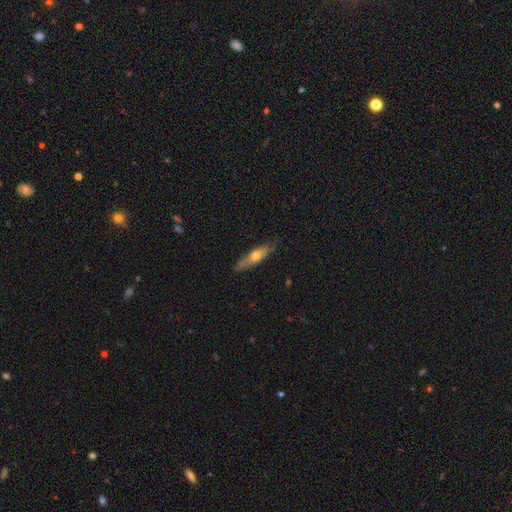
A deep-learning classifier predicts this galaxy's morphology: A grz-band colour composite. It shows a smooth galaxy with no disk features (51%) that is cigar-shaped (71%). Merging: none (81%).